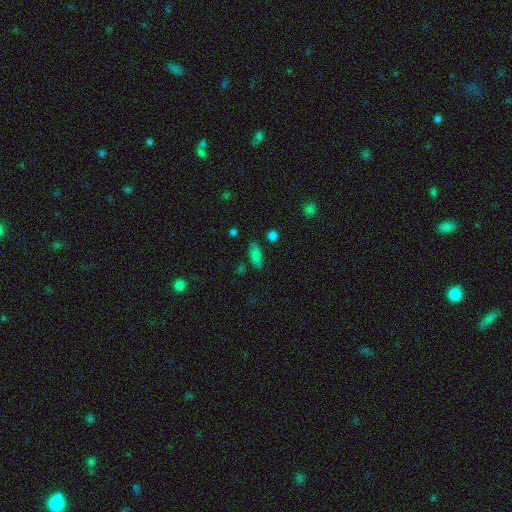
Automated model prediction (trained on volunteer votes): Smooth or featured? smooth (78%)
How rounded? in between (75%)
Merging? none (81%)